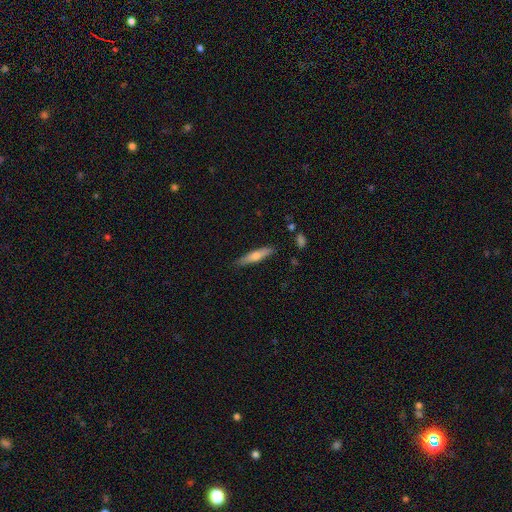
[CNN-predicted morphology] Q: Smooth or featured?
A: smooth (52%); runner-up: featured or disk (41%)
Q: How rounded?
A: cigar-shaped (87%); runner-up: in between (11%)
Q: Merging?
A: none (88%); runner-up: minor disturbance (9%)